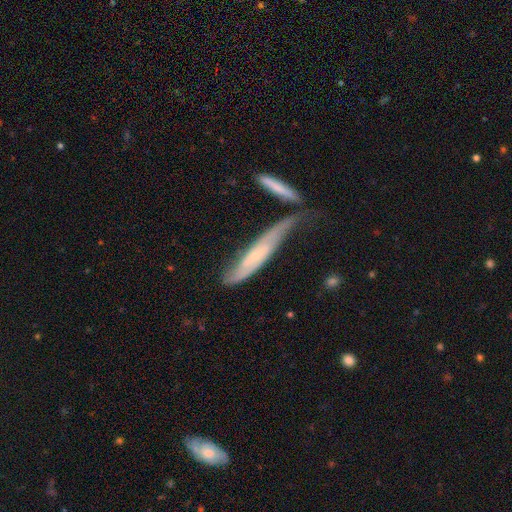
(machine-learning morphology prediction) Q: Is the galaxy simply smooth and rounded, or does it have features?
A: featured or disk — 58%.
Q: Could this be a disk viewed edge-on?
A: no — 51%.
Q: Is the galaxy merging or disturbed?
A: none — 38%.